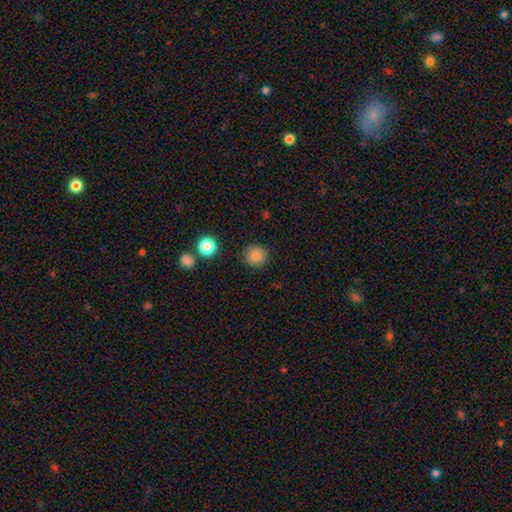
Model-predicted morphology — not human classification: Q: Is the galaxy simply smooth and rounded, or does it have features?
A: smooth — 83%.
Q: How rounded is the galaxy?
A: round — 94%.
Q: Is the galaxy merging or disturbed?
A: none — 88%.